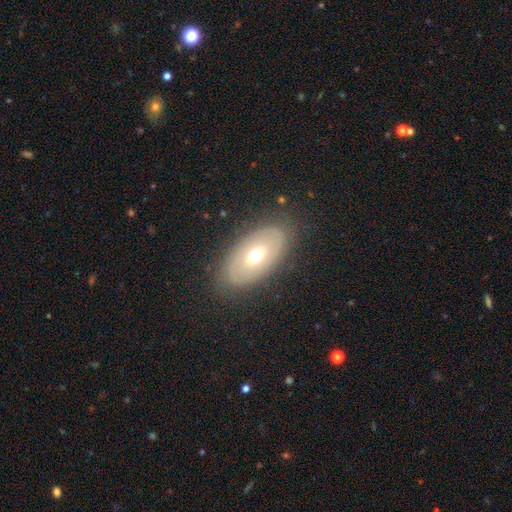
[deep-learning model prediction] The model was most divided on "smooth or featured": featured or disk: 48%, smooth: 44%, star or artifact: 8%. More confident: merging — none (81%).